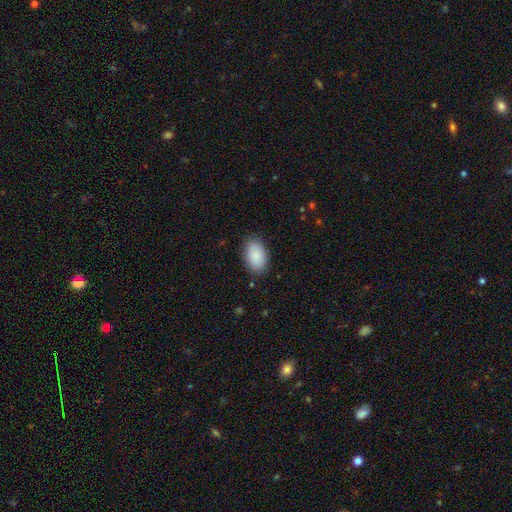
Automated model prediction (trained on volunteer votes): Smooth or featured: smooth — 89% (star or artifact — 6%)
How rounded: in between — 94% (round — 5%)
Merging: none — 86% (minor disturbance — 11%)